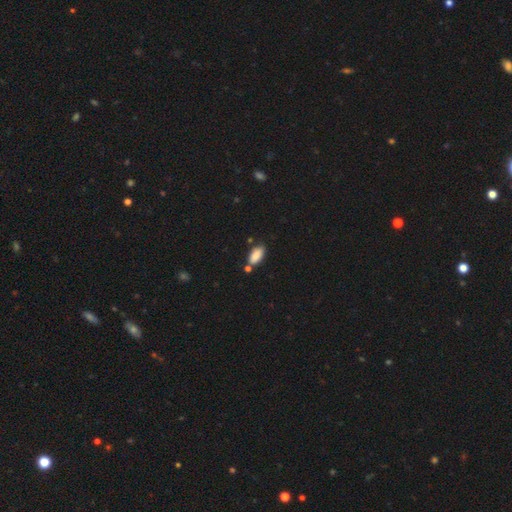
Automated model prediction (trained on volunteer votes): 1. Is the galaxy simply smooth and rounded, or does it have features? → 87% smooth, 7% star or artifact, 6% featured or disk.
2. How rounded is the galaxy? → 91% in between, 7% cigar-shaped, 2% round.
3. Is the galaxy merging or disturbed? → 67% none, 18% minor disturbance, 11% merger, 4% major disturbance.